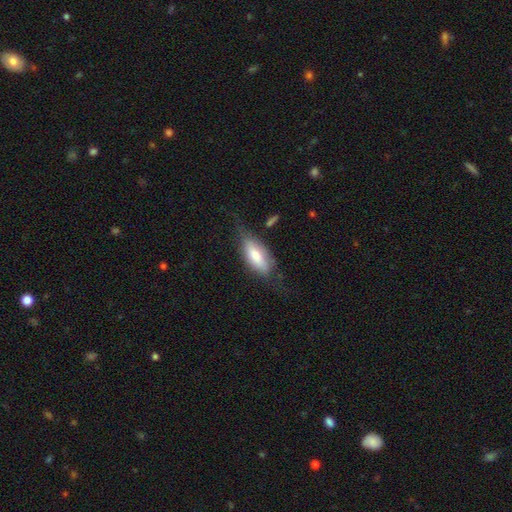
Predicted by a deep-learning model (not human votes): smooth-or-featured: smooth: 67% | featured or disk: 27% | star or artifact: 6%
  how-rounded: in between: 80% | cigar-shaped: 18% | round: 3%
  merging: none: 50% | minor disturbance: 30% | major disturbance: 17% | merger: 3%